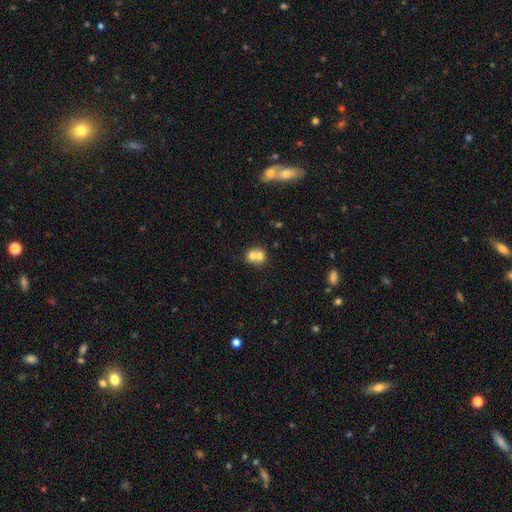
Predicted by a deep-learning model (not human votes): Smooth or featured? Predicted: smooth (p=0.68). How rounded? Predicted: round (p=0.73). Merging? Predicted: merger (p=0.66).